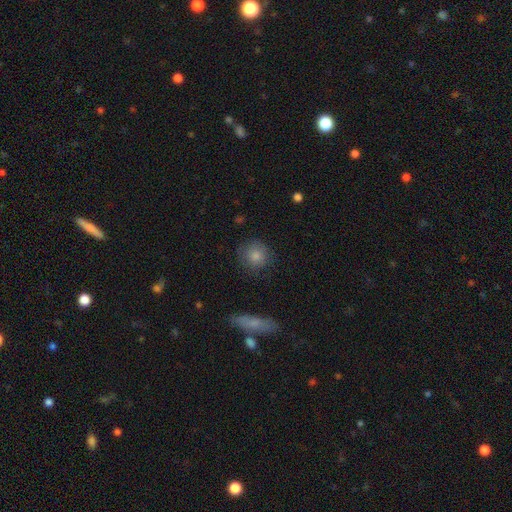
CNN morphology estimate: smooth 83%, star or artifact 9%, featured or disk 8%. Down the decision tree: how rounded — round (91%); merging — none (82%).